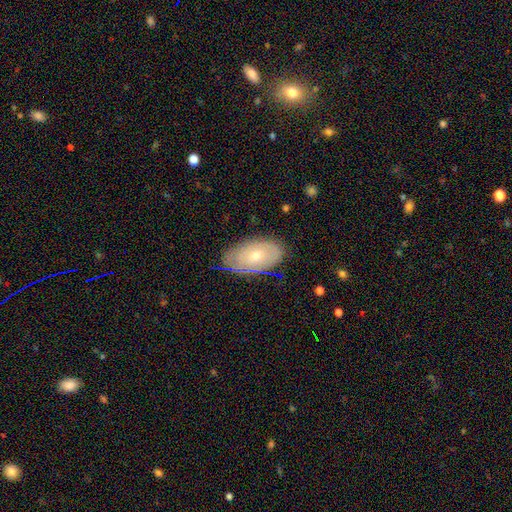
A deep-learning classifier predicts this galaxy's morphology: A featured or disk galaxy (52%).

Vote fractions:
- Smooth or featured? featured or disk: 52% / smooth: 41% / star or artifact: 7%
- Edge-on disk? no: 91% / yes: 9%
- Merging? none: 72% / minor disturbance: 21% / major disturbance: 5% / merger: 2%